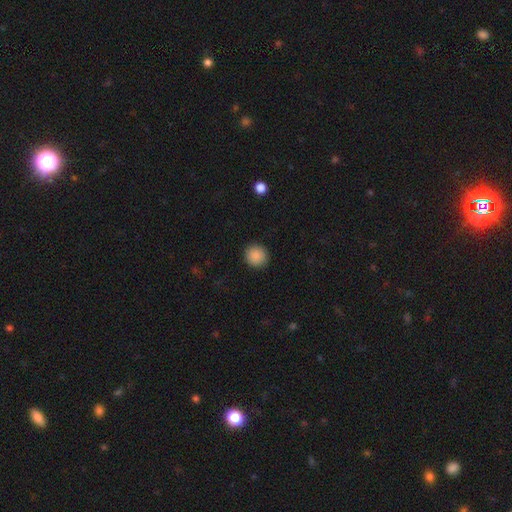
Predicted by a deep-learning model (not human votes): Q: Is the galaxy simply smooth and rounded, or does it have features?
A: smooth — 89%.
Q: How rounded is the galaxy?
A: round — 93%.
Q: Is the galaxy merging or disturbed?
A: none — 92%.